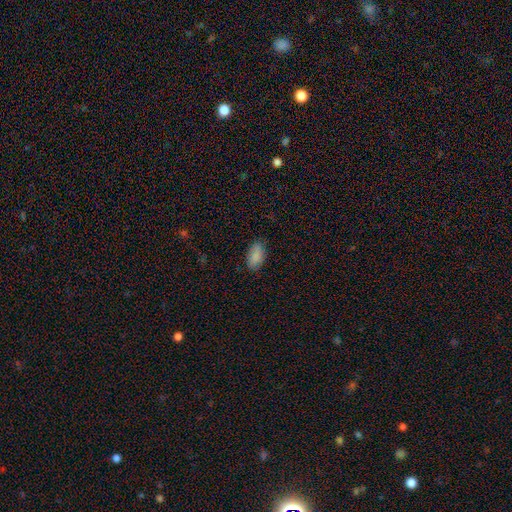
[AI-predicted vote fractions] smooth-or-featured: smooth: 88% | star or artifact: 7% | featured or disk: 5%
  how-rounded: in between: 93% | cigar-shaped: 4% | round: 3%
  merging: none: 83% | minor disturbance: 13% | major disturbance: 3% | merger: 1%